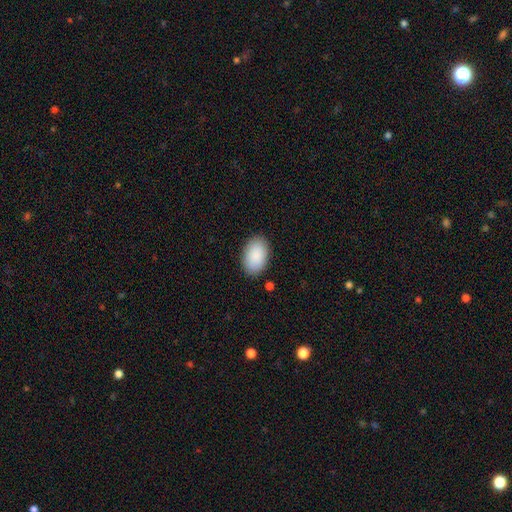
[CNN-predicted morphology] Smooth or featured? smooth (90%)
How rounded? in between (93%)
Merging? none (88%)